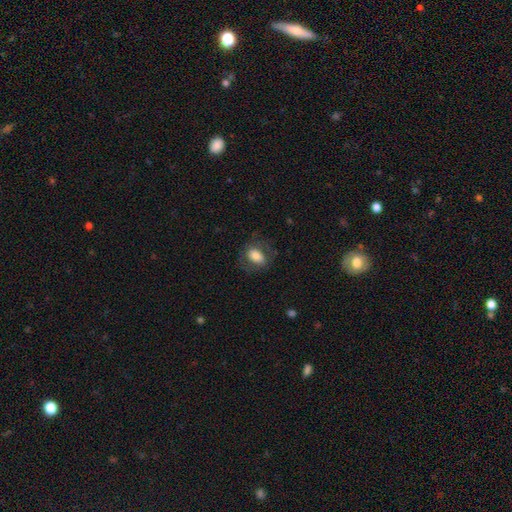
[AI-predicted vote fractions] Smooth or featured? Predicted: smooth (p=0.70). How rounded? Predicted: in between (p=0.79). Merging? Predicted: none (p=0.66).